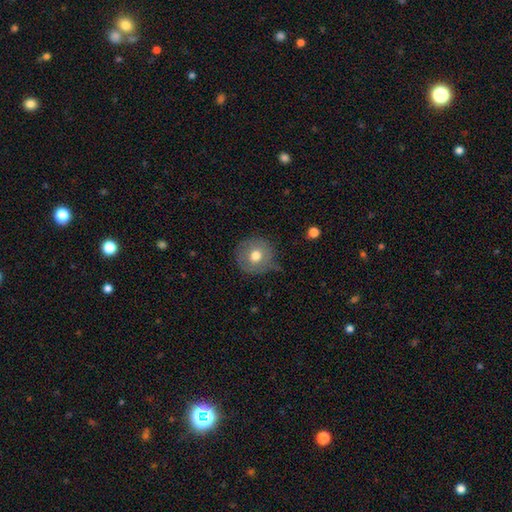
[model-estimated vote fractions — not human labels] This is likely a smooth galaxy (69%). How rounded: clearly round (93%). Merging: likely none (71%).